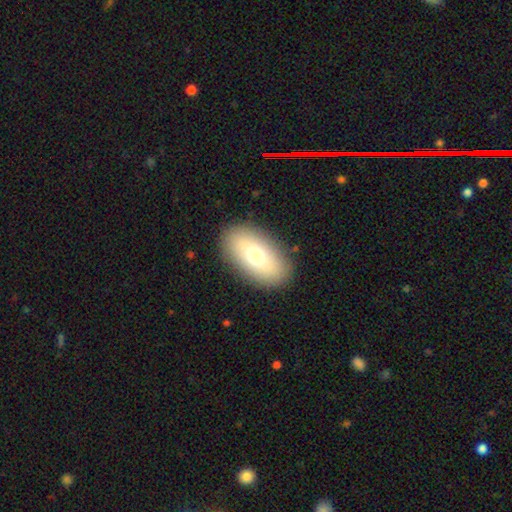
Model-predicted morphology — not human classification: type=smooth (71%); roundness=in between (93%); merging=none (87%).